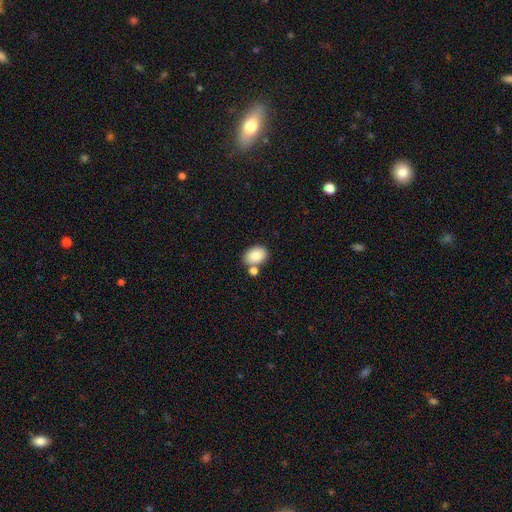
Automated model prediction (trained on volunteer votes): A smooth galaxy with no disk features (87%) that is in between round and cigar-shaped (80%). Merging: none (63%).